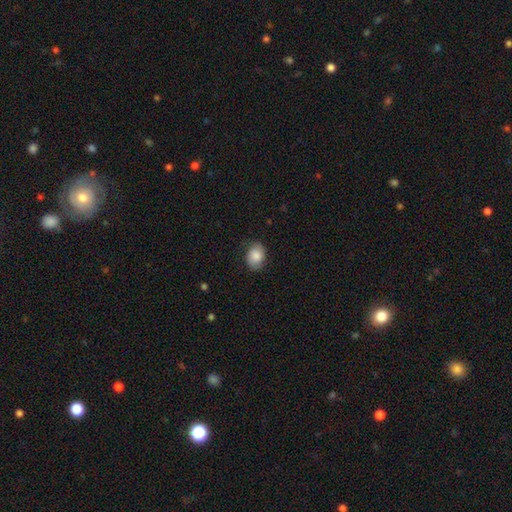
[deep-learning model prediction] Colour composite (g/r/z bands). It shows a smooth galaxy with no disk features (83%) that is in between round and cigar-shaped (70%). Merging: none (77%).